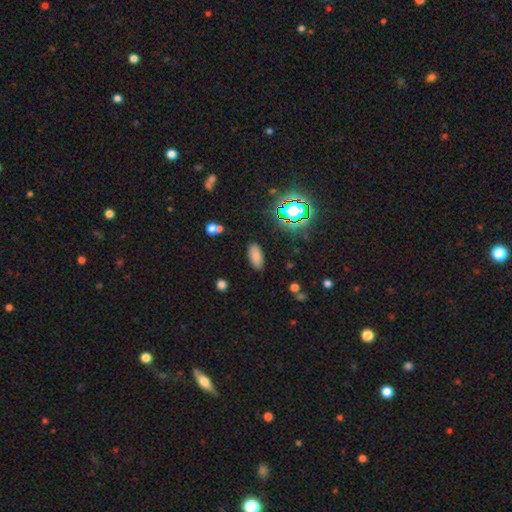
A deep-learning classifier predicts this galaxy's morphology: Smooth or featured: smooth — 79% (star or artifact — 14%)
How rounded: in between — 85% (cigar-shaped — 12%)
Merging: none — 86% (minor disturbance — 9%)